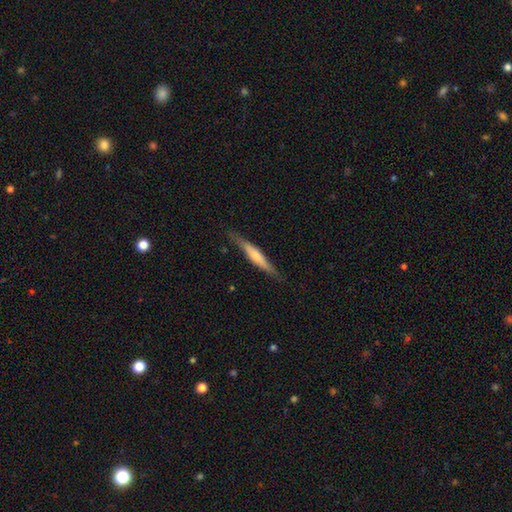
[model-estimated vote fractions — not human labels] A smooth galaxy with no disk features (47%, tied with featured or disk).

Vote fractions:
- Smooth or featured? smooth: 47% (tied) / featured or disk: 47% (tied) / star or artifact: 6%
- Merging? none: 82% / minor disturbance: 14% / major disturbance: 3% / merger: 1%